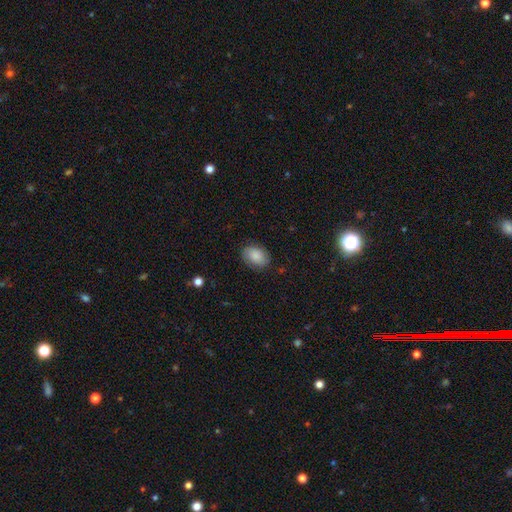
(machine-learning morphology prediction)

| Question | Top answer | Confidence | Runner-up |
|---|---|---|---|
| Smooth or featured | smooth | 80% | featured or disk (13%) |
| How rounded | in between | 80% | round (19%) |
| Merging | none | 80% | minor disturbance (15%) |